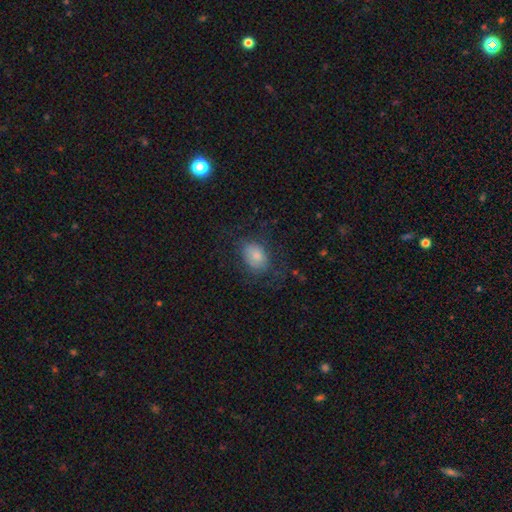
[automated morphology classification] Overall: smooth (73%). How rounded: in between (76%). Merging: none (60%; minor disturbance 21%).